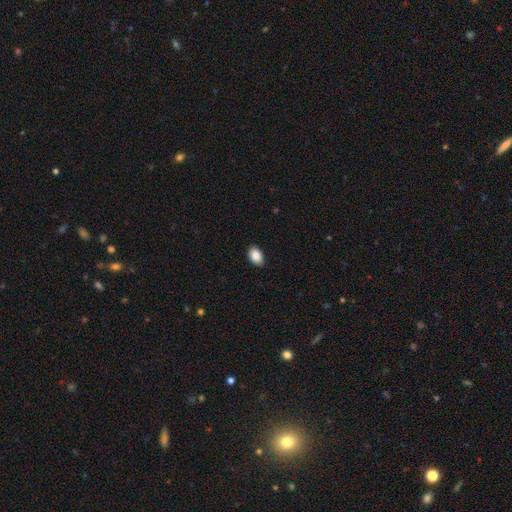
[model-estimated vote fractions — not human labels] Morphology: type=smooth (89%); roundness=in between (87%); merging=none (89%).